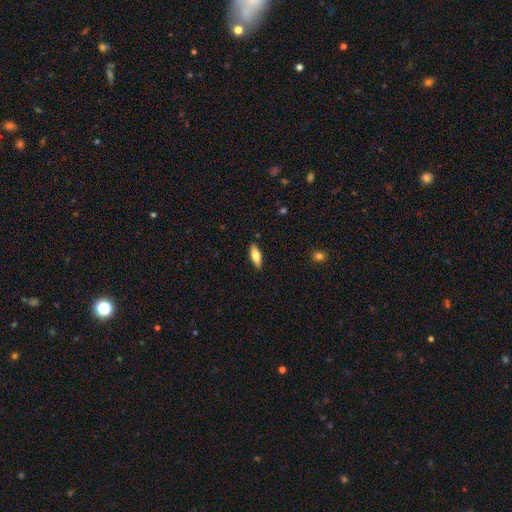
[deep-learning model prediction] smooth-or-featured: smooth: 67% | featured or disk: 26% | star or artifact: 6%
  how-rounded: in between: 64% | cigar-shaped: 34% | round: 2%
  merging: none: 86% | minor disturbance: 10% | major disturbance: 2% | merger: 1%